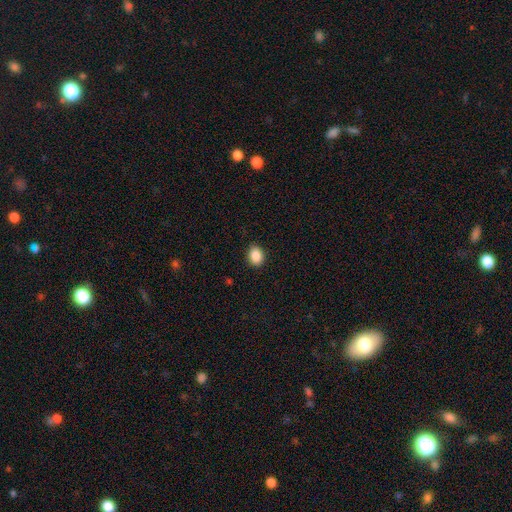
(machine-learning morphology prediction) type=smooth (88%); roundness=in between (63%); merging=none (88%).